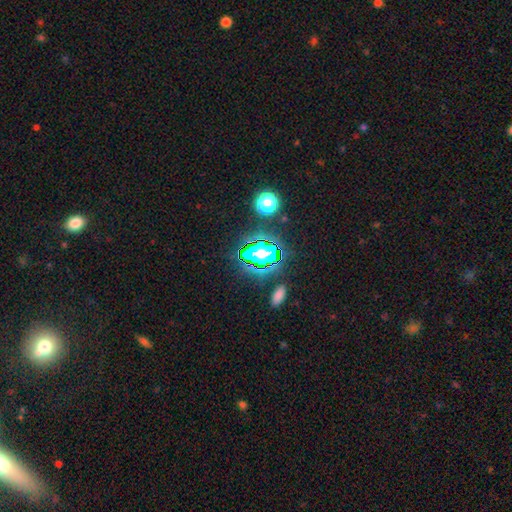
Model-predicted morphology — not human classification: Overall: star or artifact (79%).